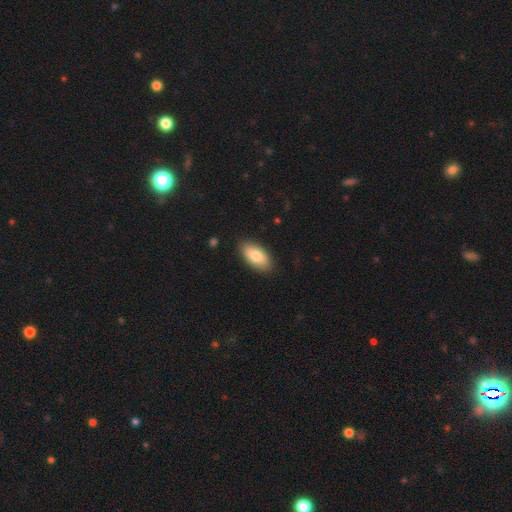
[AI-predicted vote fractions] smooth 80%, featured or disk 14%, star or artifact 6%. Down the decision tree: how rounded — in between (92%); merging — none (87%).